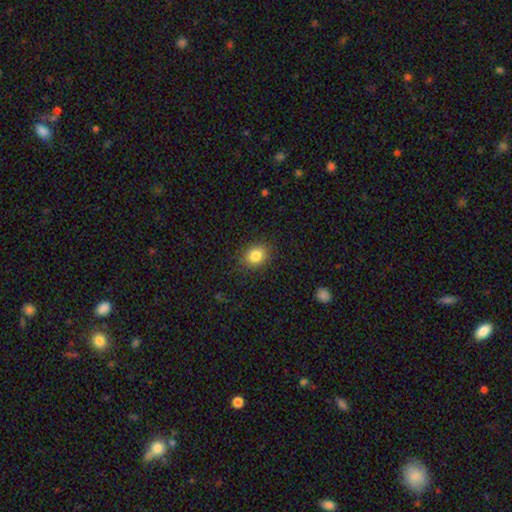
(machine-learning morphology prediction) A smooth galaxy with no disk features (84%) that is round (61%). Merging: none (87%).